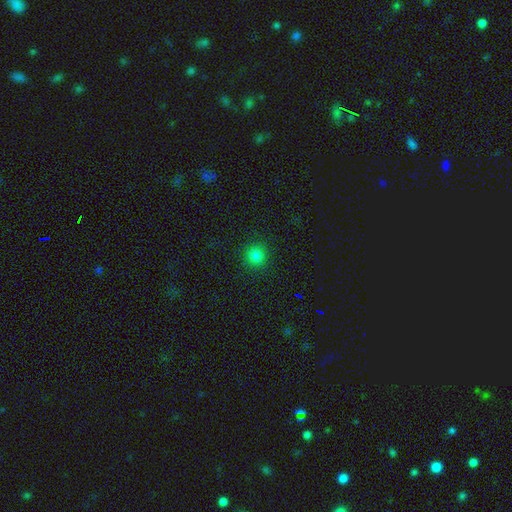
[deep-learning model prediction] Smooth or featured?
  - smooth: 83% *
  - star or artifact: 14%
  - featured or disk: 3%
How rounded?
  - round: 93% *
  - in between: 6%
  - cigar-shaped: 1%
Merging?
  - none: 91% *
  - minor disturbance: 6%
  - major disturbance: 2%
  - merger: 1%